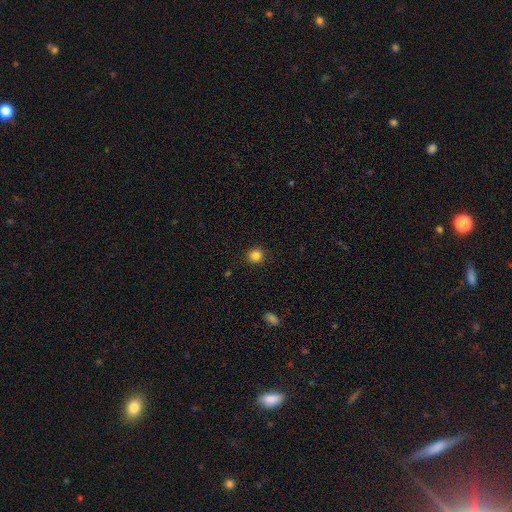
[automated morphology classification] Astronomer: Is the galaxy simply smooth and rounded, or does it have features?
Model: smooth — 85%.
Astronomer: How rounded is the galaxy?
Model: round — 93%.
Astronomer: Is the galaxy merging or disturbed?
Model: none — 91%.